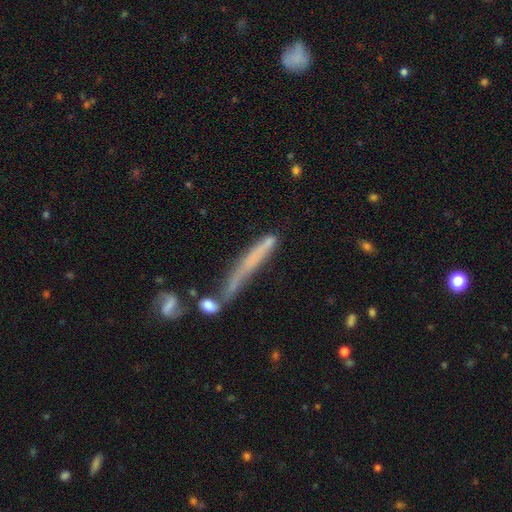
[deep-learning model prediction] Morphology: type=smooth (47%); merging=none (39%).